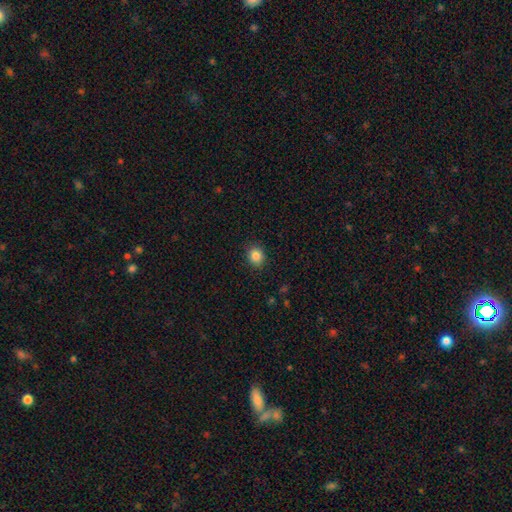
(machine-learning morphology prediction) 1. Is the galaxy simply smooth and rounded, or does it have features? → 86% smooth, 10% star or artifact, 4% featured or disk.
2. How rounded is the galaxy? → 75% round, 24% in between, 1% cigar-shaped.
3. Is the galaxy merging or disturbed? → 90% none, 7% minor disturbance, 2% major disturbance, 1% merger.